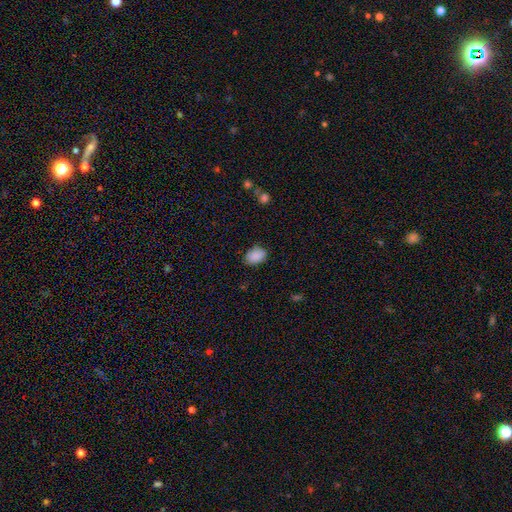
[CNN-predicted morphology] Smooth or featured? smooth (89%)
How rounded? in between (84%)
Merging? none (81%)